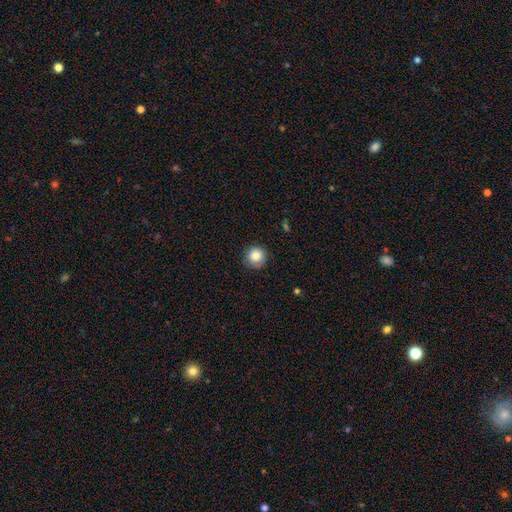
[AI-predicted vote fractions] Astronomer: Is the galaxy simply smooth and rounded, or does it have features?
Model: smooth — 83%.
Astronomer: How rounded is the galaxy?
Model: round — 95%.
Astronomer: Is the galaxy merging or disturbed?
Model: none — 84%.